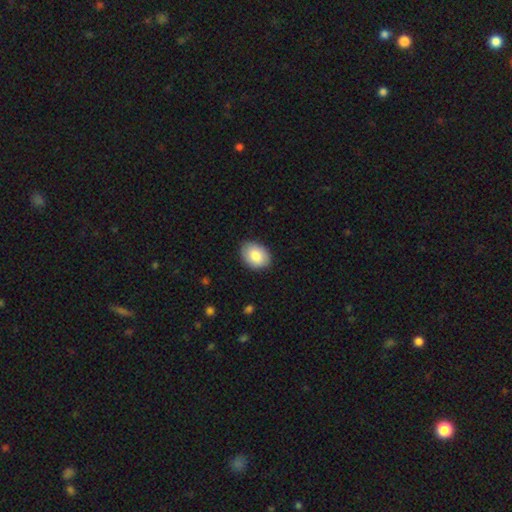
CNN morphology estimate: smooth_or_featured: smooth (p=0.85) [alt: featured or disk p=0.08]
how_rounded: in between (p=0.74) [alt: round p=0.25]
merging: none (p=0.86) [alt: minor disturbance p=0.11]